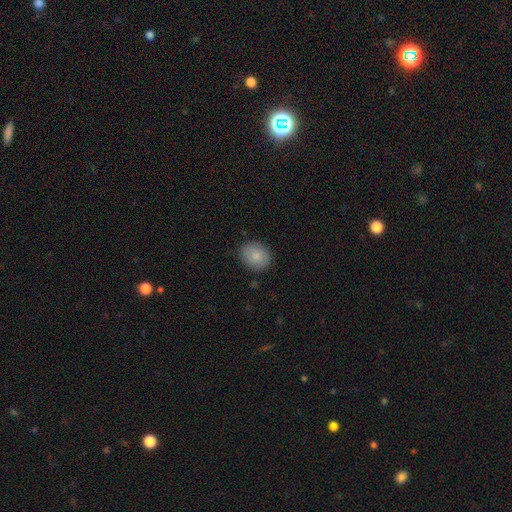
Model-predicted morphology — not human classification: smooth-or-featured: smooth: 84% | featured or disk: 9% | star or artifact: 7%
  how-rounded: round: 57% | in between: 42% | cigar-shaped: 1%
  merging: none: 86% | minor disturbance: 11% | major disturbance: 3% | merger: 1%